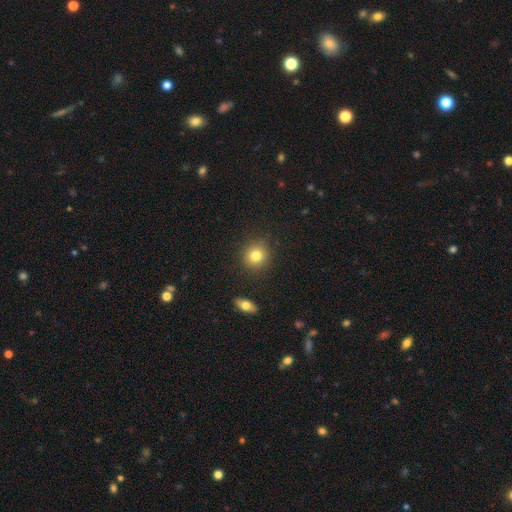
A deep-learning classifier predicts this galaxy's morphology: smooth-or-featured: smooth: 81% | star or artifact: 10% | featured or disk: 8%
  how-rounded: round: 86% | in between: 12% | cigar-shaped: 1%
  merging: none: 87% | minor disturbance: 8% | merger: 3% | major disturbance: 3%